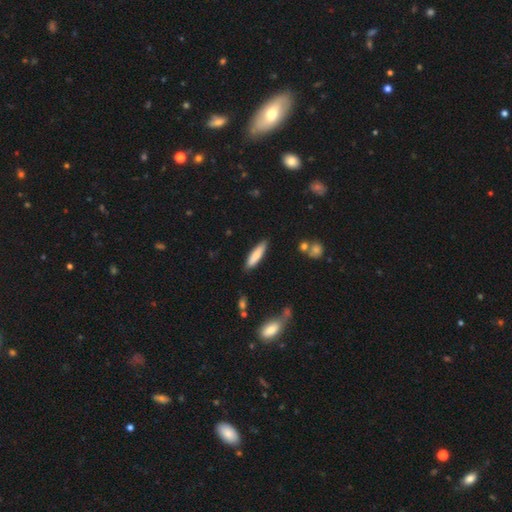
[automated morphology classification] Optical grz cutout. It shows a smooth galaxy with no disk features (78%) that is cigar-shaped (75%). Merging: none (85%).